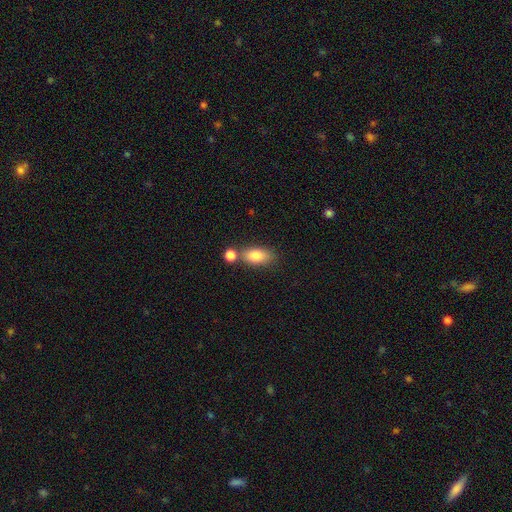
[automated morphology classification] This is clearly a smooth galaxy (81%). How rounded: clearly in between (85%). Merging: possibly none (58%).